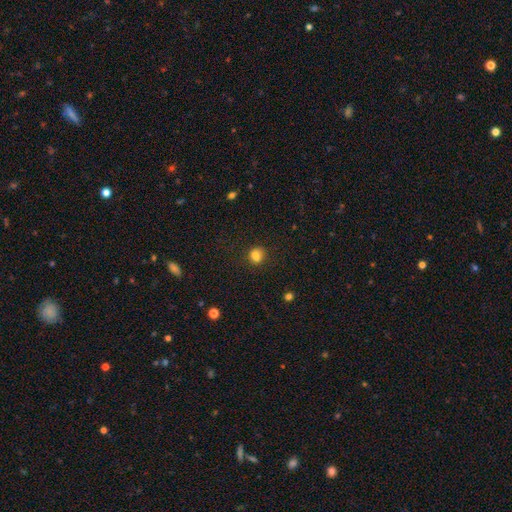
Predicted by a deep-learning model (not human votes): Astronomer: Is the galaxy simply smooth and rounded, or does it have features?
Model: smooth — 79%.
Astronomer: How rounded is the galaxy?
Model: round — 58% (runner-up: in between, 40%).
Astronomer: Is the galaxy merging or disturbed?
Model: none — 64%.